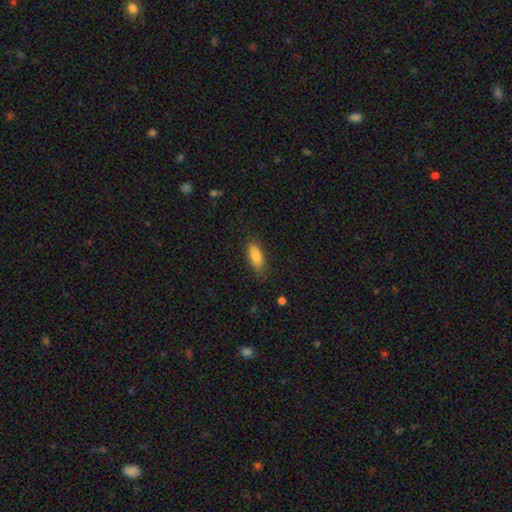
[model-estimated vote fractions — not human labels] Morphology: type=smooth (83%); roundness=in between (74%); merging=none (77%).